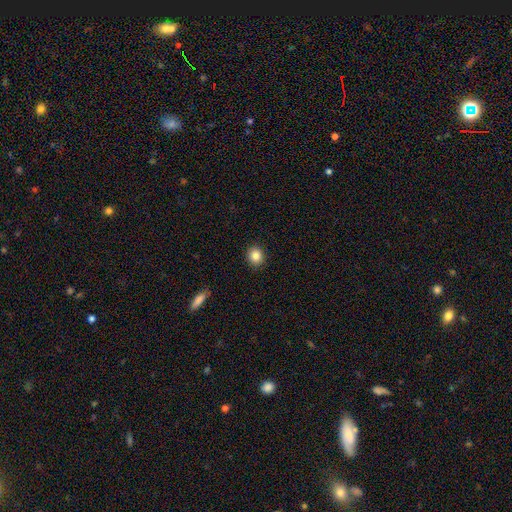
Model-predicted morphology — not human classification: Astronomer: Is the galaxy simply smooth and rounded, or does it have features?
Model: smooth — 85%.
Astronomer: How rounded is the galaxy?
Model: round — 81%.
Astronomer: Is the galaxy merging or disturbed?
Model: none — 90%.